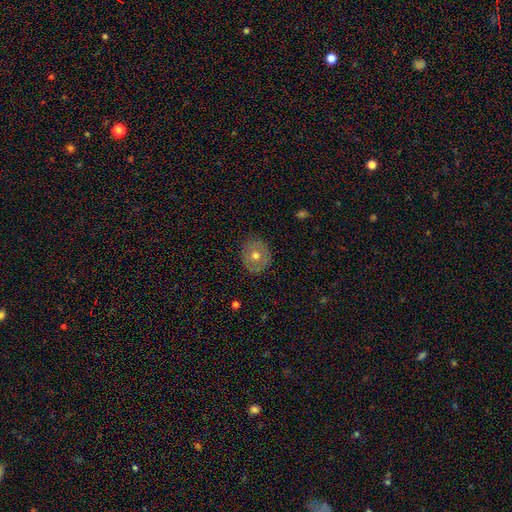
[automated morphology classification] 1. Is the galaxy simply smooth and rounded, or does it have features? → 51% smooth, 41% featured or disk, 8% star or artifact.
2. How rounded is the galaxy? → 84% round, 15% in between, 1% cigar-shaped.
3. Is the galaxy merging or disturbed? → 87% none, 9% minor disturbance, 3% major disturbance, 1% merger.